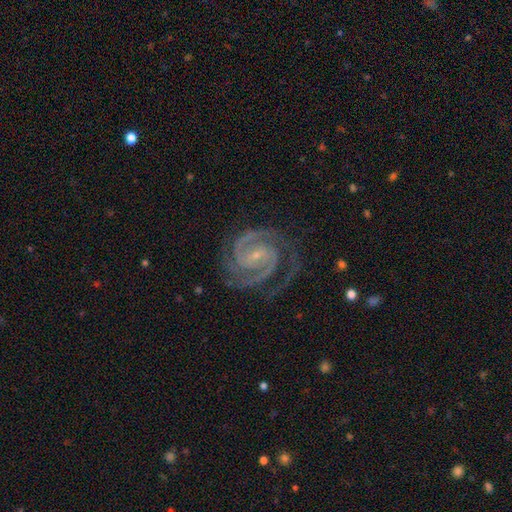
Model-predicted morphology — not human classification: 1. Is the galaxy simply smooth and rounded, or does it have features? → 94% featured or disk, 4% star or artifact, 2% smooth.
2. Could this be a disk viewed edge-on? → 98% no, 2% yes.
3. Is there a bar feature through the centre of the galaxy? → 41% weak, 36% no, 23% strong.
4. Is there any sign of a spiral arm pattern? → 99% yes, 1% no.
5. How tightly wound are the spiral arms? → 65% tight, 32% medium, 3% loose.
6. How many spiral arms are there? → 80% 2, 11% 3, 3% can't tell, 2% 4, 2% 1, 2% more than 4.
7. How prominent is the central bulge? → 80% small, 12% moderate, 6% none, 1% large, 1% dominant.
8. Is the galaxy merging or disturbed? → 78% none, 15% minor disturbance, 6% major disturbance, 1% merger.